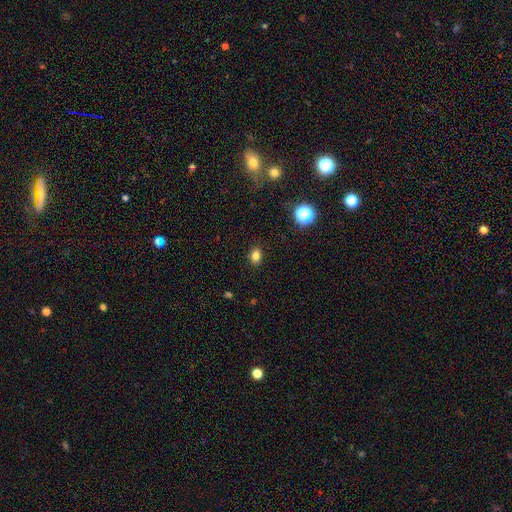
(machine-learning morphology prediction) The model was most divided on "how rounded": in between: 67%, round: 32%, cigar-shaped: 1%. More confident: merging — none (88%); smooth or featured — smooth (80%).